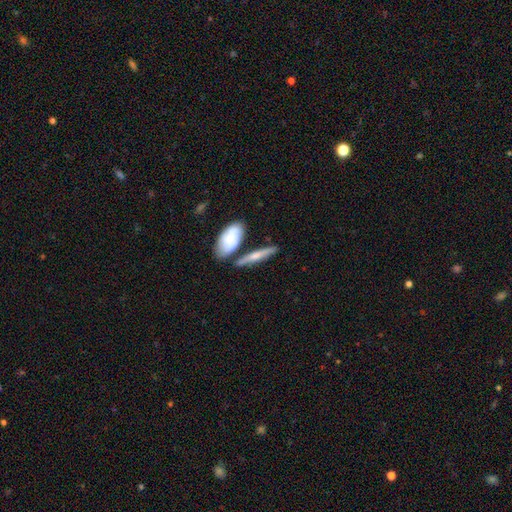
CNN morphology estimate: Smooth or featured?
  - smooth: 52% *
  - featured or disk: 42%
  - star or artifact: 6%
How rounded?
  - cigar-shaped: 72% *
  - in between: 24%
  - round: 4%
Merging?
  - none: 69% *
  - merger: 15%
  - minor disturbance: 13%
  - major disturbance: 3%